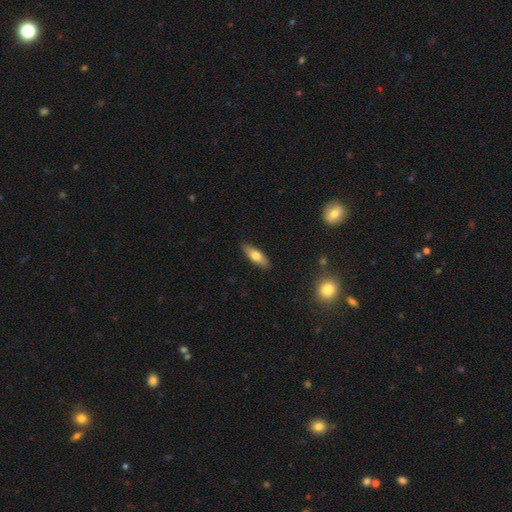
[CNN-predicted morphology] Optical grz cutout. It shows a smooth galaxy with no disk features (66%) that is in between round and cigar-shaped (55%). Merging: none (88%).